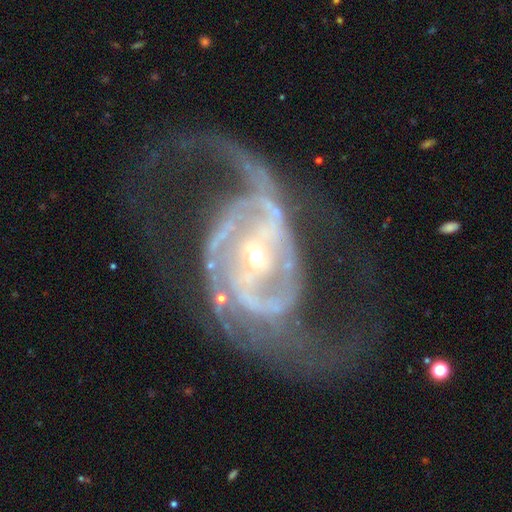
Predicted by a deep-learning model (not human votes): smooth-or-featured: featured or disk: 91% | star or artifact: 5% | smooth: 3%
  disk-edge-on: no: 97% | yes: 3%
    bar: strong: 43% | weak: 33% | no: 24%
    has-spiral-arms: yes: 96% | no: 4%
      spiral-winding: medium: 51% | loose: 31% | tight: 18%
      spiral-arm-count: 2: 81% | can't tell: 6% | 3: 6% | 1: 3% | 4: 2% | more than 4: 2%
    bulge-size: small: 67% | moderate: 29% | large: 2% | none: 1% | dominant: 1%
  merging: none: 53% | major disturbance: 30% | minor disturbance: 14% | merger: 3%